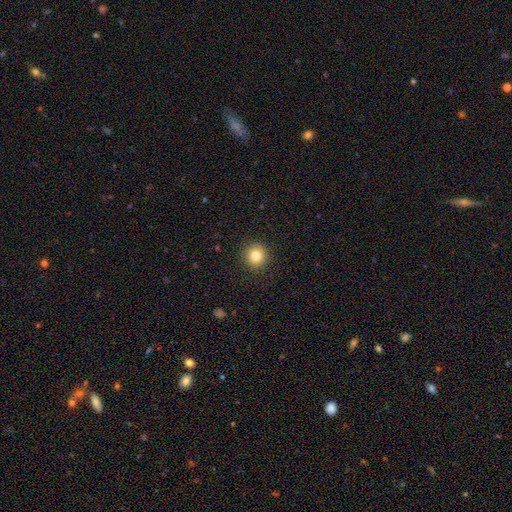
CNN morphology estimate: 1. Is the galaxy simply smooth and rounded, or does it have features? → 82% smooth, 11% star or artifact, 7% featured or disk.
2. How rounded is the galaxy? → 93% round, 6% in between, 1% cigar-shaped.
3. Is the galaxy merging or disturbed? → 91% none, 6% minor disturbance, 2% major disturbance, 1% merger.